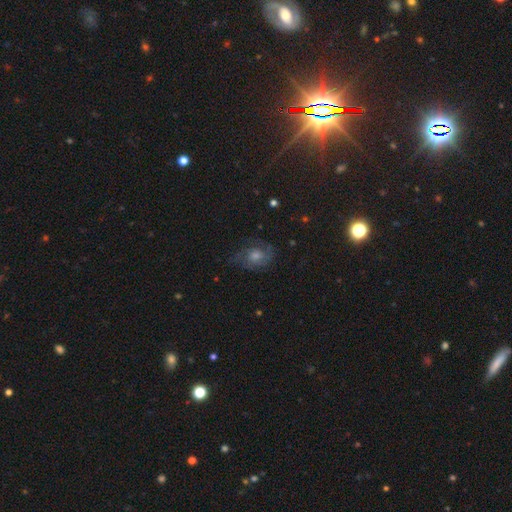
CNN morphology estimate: Q: Smooth or featured?
A: featured or disk (53%); runner-up: smooth (24%)
Q: Edge-on disk?
A: no (95%); runner-up: yes (5%)
Q: Bar?
A: no (74%); runner-up: weak (23%)
Q: Spiral arms?
A: yes (84%); runner-up: no (16%)
Q: Bulge size?
A: moderate (54%); runner-up: small (20%)
Q: Merging?
A: none (68%); runner-up: minor disturbance (19%)